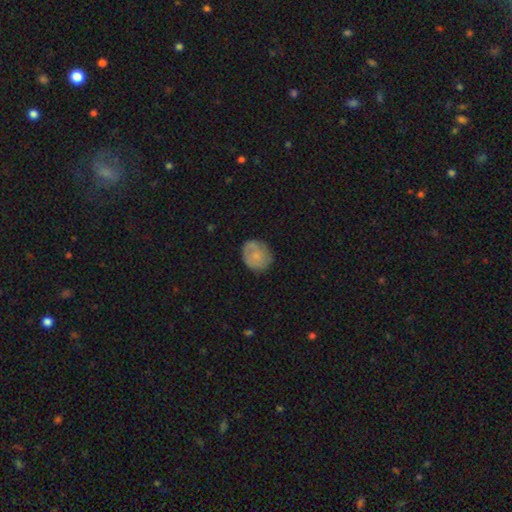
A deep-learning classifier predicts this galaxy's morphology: type=smooth (66%); roundness=round (76%); merging=none (75%).